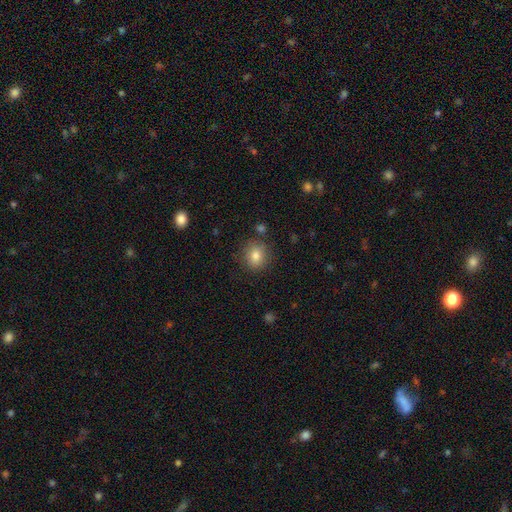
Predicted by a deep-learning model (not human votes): Smooth or featured? Predicted: smooth (p=0.82). How rounded? Predicted: round (p=0.82). Merging? Predicted: none (p=0.85).